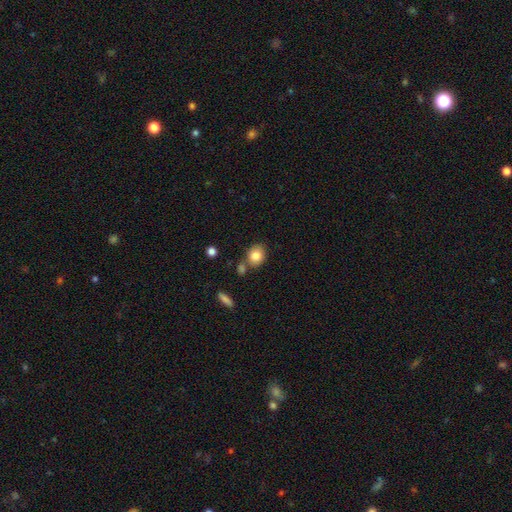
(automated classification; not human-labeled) Smooth or featured? smooth (83%)
How rounded? round (51%)
Merging? none (65%)